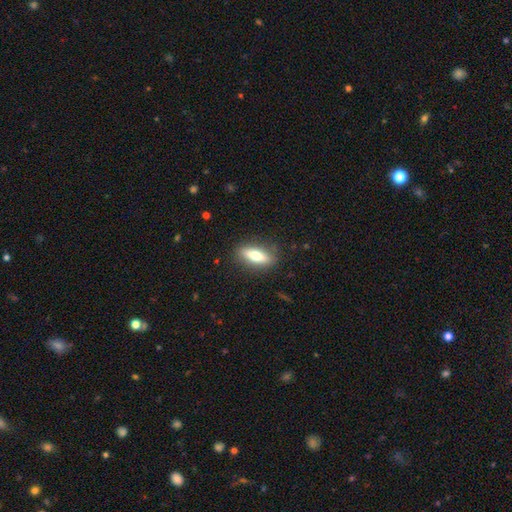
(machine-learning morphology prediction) This appears to be a smooth galaxy with no disk features (64%) that is in between round and cigar-shaped (61%). Merging: none (85%).